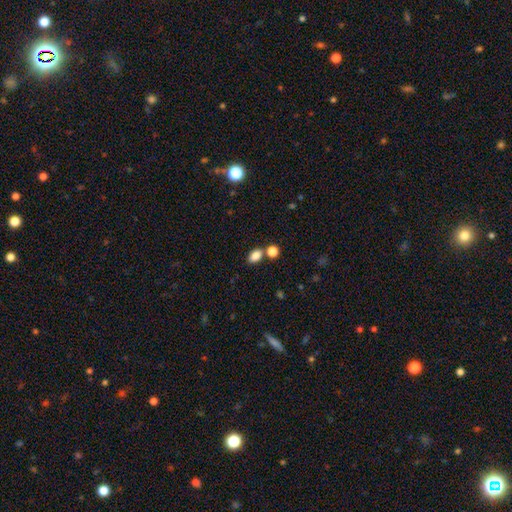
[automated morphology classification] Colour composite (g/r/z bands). It shows a smooth galaxy with no disk features (84%) that is in between round and cigar-shaped (84%). Merging: none (67%).